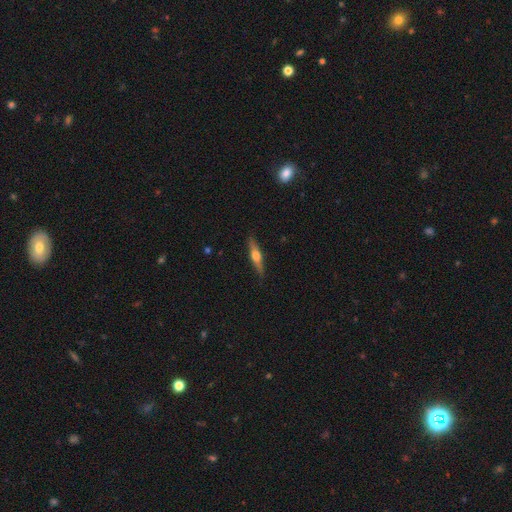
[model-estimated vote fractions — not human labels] The model was most divided on "smooth or featured": featured or disk: 64%, smooth: 31%, star or artifact: 6%. More confident: edge-on disk — yes (96%); edge-on bulge — rounded (93%); merging — none (89%).